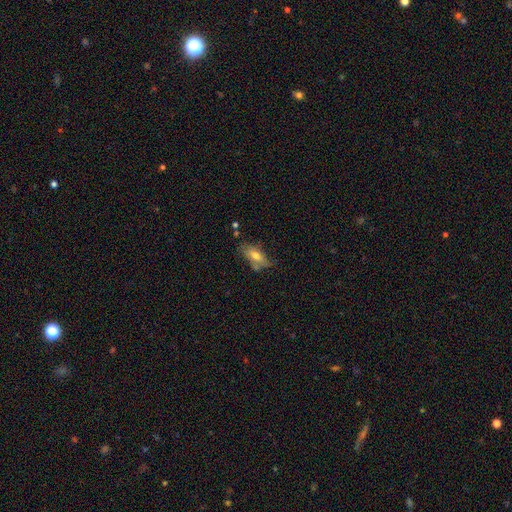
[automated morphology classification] Smooth or featured? smooth (60%)
How rounded? in between (84%)
Merging? none (53%)